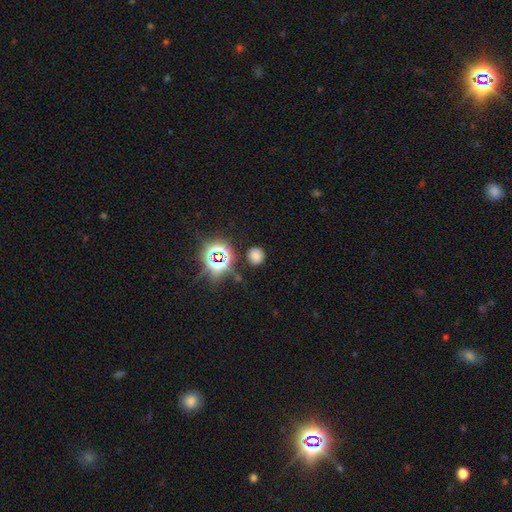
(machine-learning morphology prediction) smooth 68%, star or artifact 25%, featured or disk 6%. Down the decision tree: how rounded — round (87%); merging — none (86%).